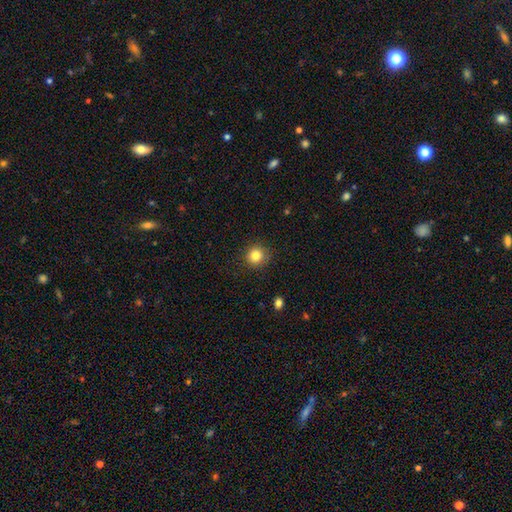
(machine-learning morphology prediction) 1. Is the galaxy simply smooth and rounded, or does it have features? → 83% smooth, 11% star or artifact, 6% featured or disk.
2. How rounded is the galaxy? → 92% round, 7% in between, 1% cigar-shaped.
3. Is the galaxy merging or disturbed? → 89% none, 7% minor disturbance, 2% major disturbance, 1% merger.